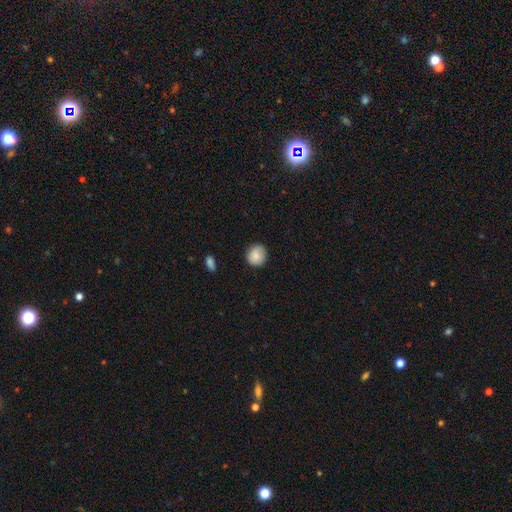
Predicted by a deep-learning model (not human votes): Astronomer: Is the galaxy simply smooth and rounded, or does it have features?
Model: smooth — 86%.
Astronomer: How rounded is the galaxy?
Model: round — 88%.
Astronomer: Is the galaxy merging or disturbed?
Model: none — 83%.